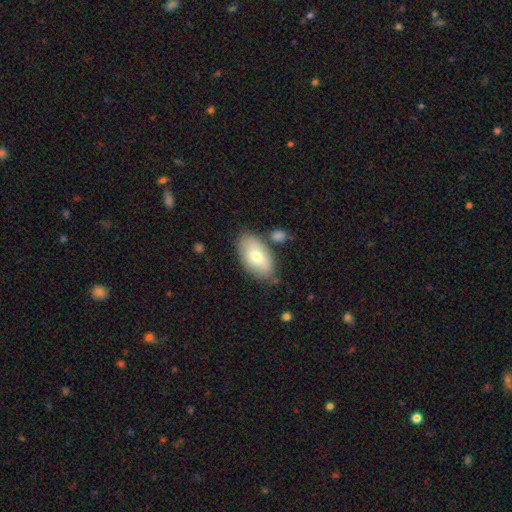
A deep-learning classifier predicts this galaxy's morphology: smooth-or-featured: smooth: 73% | featured or disk: 21% | star or artifact: 6%
  how-rounded: in between: 94% | round: 3% | cigar-shaped: 2%
  merging: none: 74% | minor disturbance: 16% | merger: 7% | major disturbance: 4%